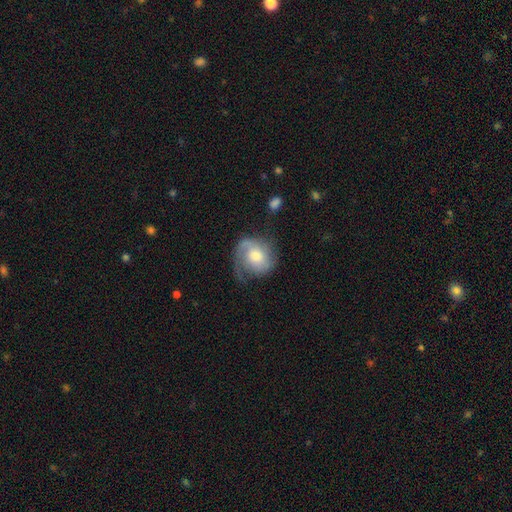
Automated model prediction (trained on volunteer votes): Smooth or featured? featured or disk (68%)
Edge-on disk? no (97%)
Bar? no (67%)
Spiral arms? yes (91%)
Spiral winding? medium (40%)
Spiral arm count? 2 (54%)
Bulge size? moderate (64%)
Merging? none (56%)